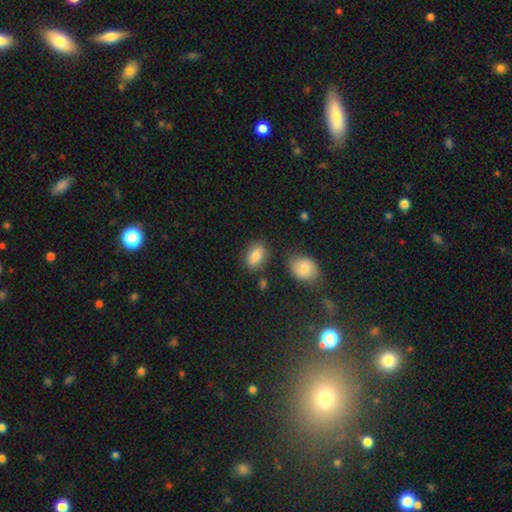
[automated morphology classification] Smooth or featured? smooth (81%)
How rounded? in between (83%)
Merging? none (78%)